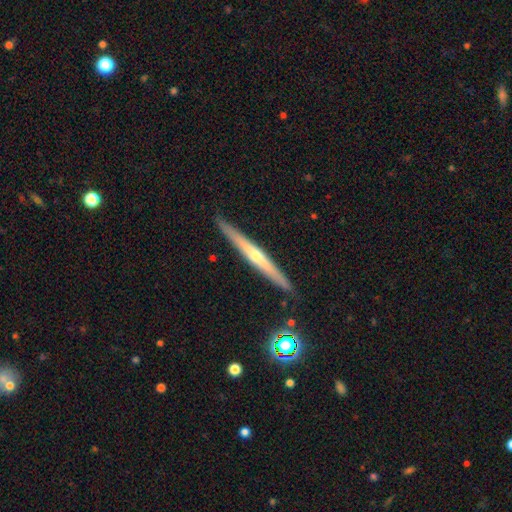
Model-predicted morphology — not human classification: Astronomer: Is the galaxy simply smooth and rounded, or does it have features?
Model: featured or disk — 68%.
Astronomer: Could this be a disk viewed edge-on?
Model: yes — 97%.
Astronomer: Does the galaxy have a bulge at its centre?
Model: rounded — 65%.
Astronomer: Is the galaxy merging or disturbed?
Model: none — 91%.